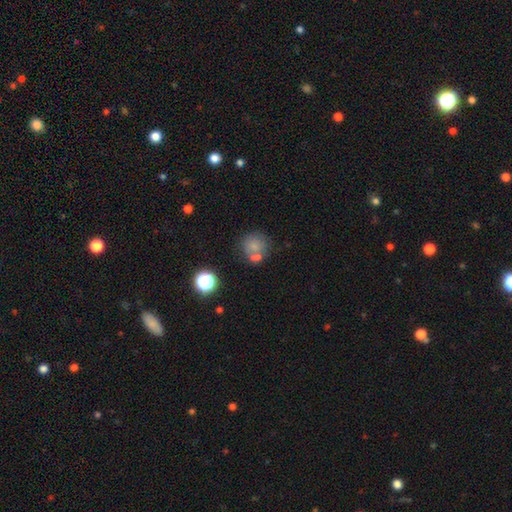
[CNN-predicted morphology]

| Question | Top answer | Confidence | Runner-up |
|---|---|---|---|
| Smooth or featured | smooth | 55% | star or artifact (27%) |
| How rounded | round | 86% | in between (13%) |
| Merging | none | 60% | merger (22%) |